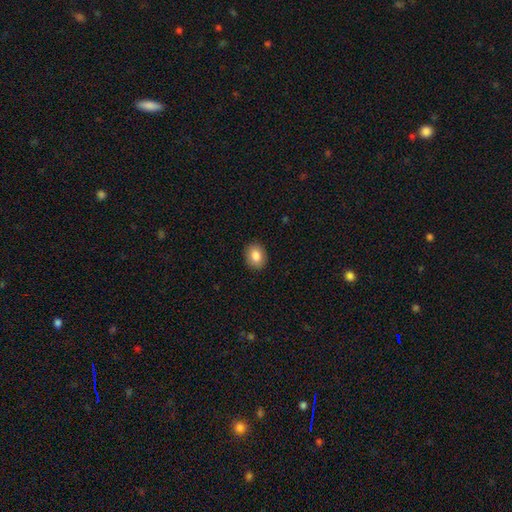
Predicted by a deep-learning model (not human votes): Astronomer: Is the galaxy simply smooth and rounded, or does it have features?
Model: smooth — 84%.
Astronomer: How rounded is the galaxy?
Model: in between — 51% (runner-up: round, 49%).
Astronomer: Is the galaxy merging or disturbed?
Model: none — 90%.